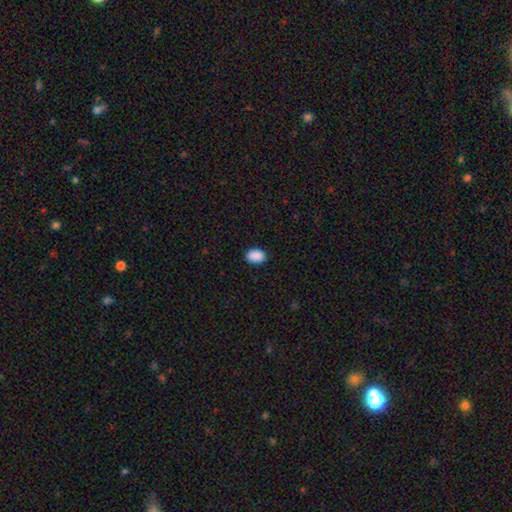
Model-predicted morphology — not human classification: smooth_or_featured: smooth (p=0.90) [alt: star or artifact p=0.07]
how_rounded: in between (p=0.81) [alt: round p=0.18]
merging: none (p=0.90) [alt: minor disturbance p=0.07]